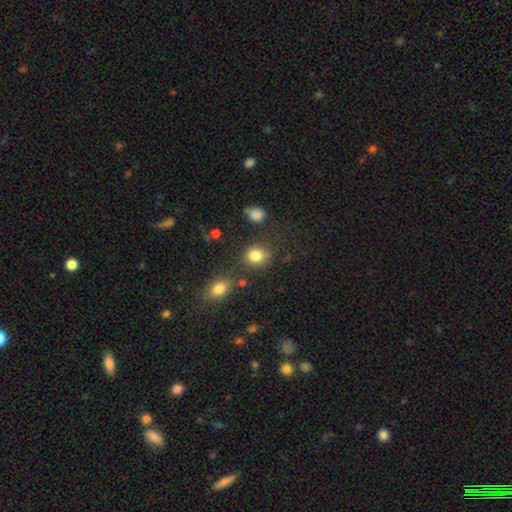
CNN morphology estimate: The model was most divided on "how rounded": round: 64%, in between: 34%, cigar-shaped: 1%. More confident: smooth or featured — smooth (83%); merging — none (74%).